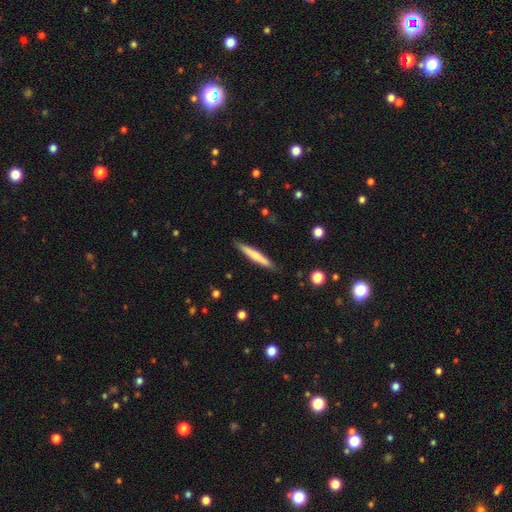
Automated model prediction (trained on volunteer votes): This appears to be a smooth galaxy with no disk features (61%) that is cigar-shaped (95%). Merging: none (87%).